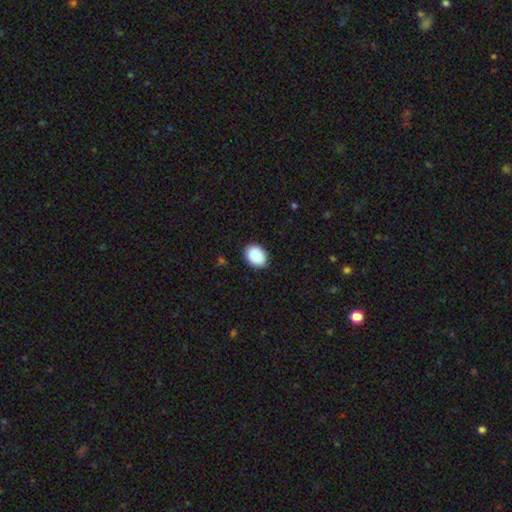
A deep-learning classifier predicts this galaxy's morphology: A smooth galaxy with no disk features (90%) that is in between round and cigar-shaped (62%). Merging: none (86%).